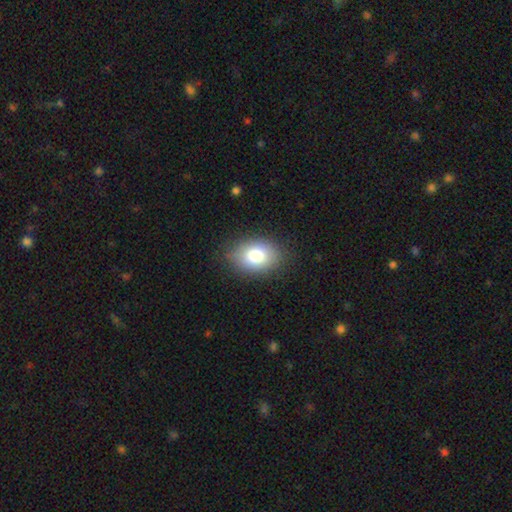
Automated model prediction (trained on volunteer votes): This is clearly a smooth galaxy (83%). How rounded: clearly in between (80%). Merging: clearly none (82%).